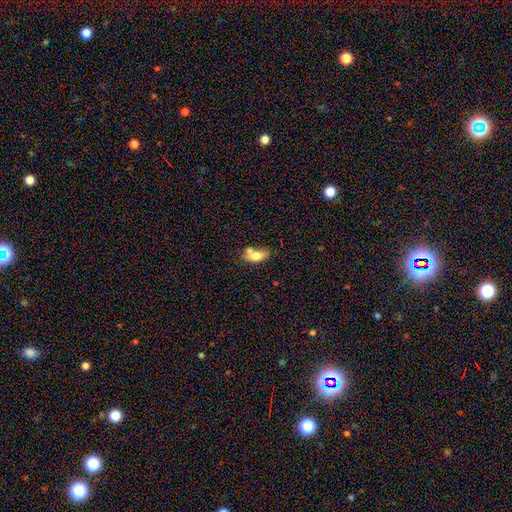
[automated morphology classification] smooth_or_featured: smooth (p=0.71) [alt: featured or disk p=0.19]
how_rounded: in between (p=0.83) [alt: cigar-shaped p=0.11]
merging: none (p=0.35) [alt: merger p=0.34]